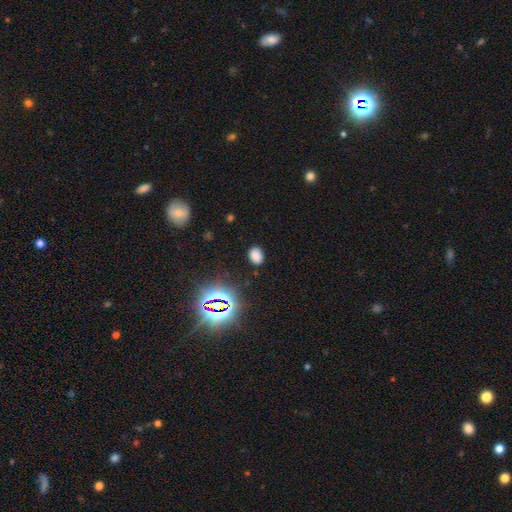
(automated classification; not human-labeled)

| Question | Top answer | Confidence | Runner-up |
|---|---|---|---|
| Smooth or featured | smooth | 73% | star or artifact (21%) |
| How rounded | in between | 78% | round (20%) |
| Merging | none | 85% | minor disturbance (10%) |